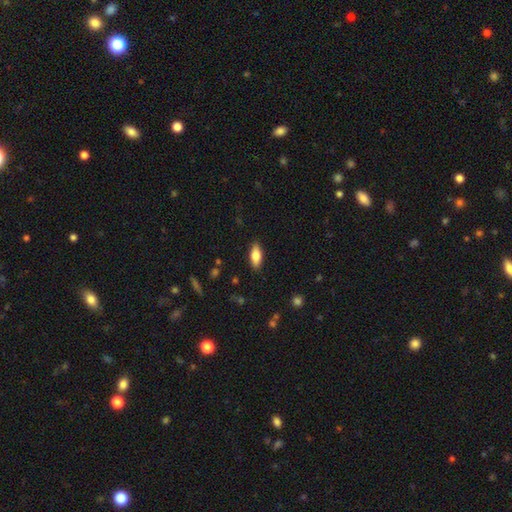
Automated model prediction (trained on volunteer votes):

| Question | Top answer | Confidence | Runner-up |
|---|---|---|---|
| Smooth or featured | smooth | 77% | featured or disk (17%) |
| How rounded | in between | 79% | cigar-shaped (19%) |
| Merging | none | 88% | minor disturbance (9%) |